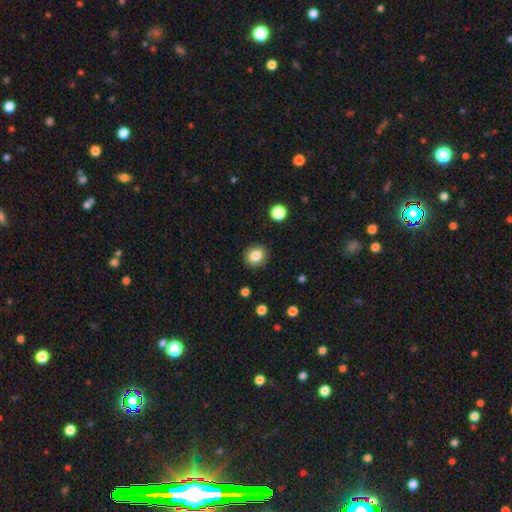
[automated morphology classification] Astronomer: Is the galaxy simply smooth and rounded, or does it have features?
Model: smooth — 83%.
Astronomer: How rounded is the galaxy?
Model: round — 77%.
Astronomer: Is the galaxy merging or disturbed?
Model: none — 89%.